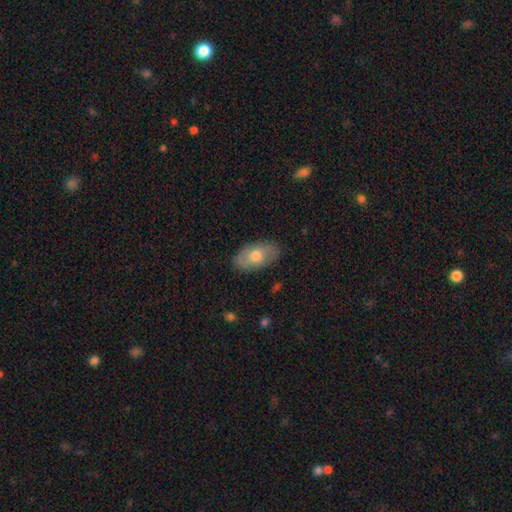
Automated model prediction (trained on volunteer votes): Smooth or featured? Predicted: smooth (p=0.69). How rounded? Predicted: in between (p=0.93). Merging? Predicted: none (p=0.85).